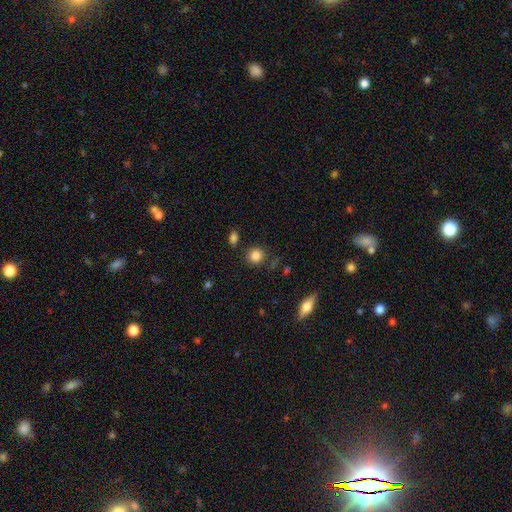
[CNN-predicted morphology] Smooth or featured?
  - smooth: 85% *
  - star or artifact: 10%
  - featured or disk: 5%
How rounded?
  - round: 89% *
  - in between: 10%
  - cigar-shaped: 1%
Merging?
  - none: 84% *
  - minor disturbance: 9%
  - merger: 4%
  - major disturbance: 3%